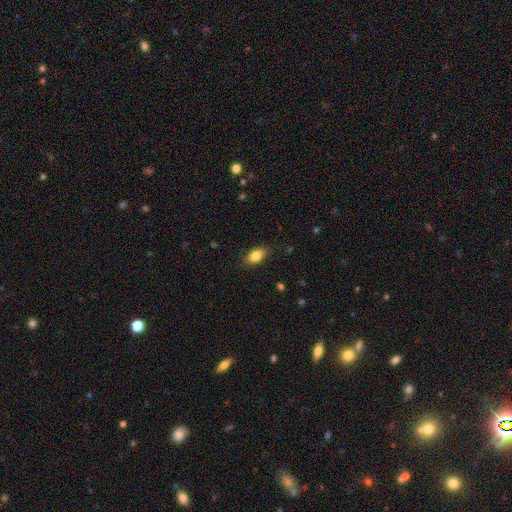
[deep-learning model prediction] The model was most divided on "merging": none: 85%, minor disturbance: 11%, major disturbance: 3%, merger: 1%. More confident: how rounded — in between (88%); smooth or featured — smooth (85%).